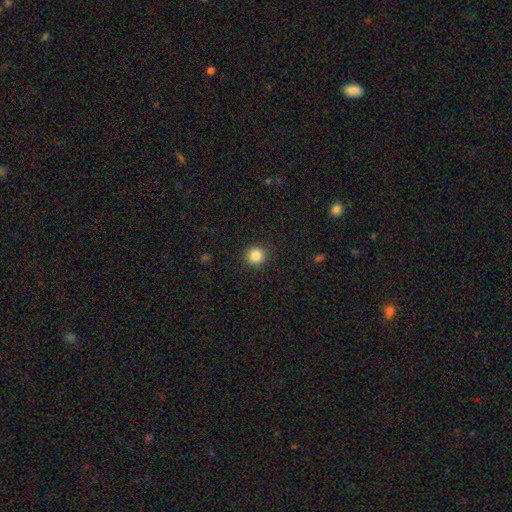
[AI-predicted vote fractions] The model was most divided on "smooth or featured": smooth: 85%, star or artifact: 11%, featured or disk: 4%. More confident: how rounded — round (92%); merging — none (90%).